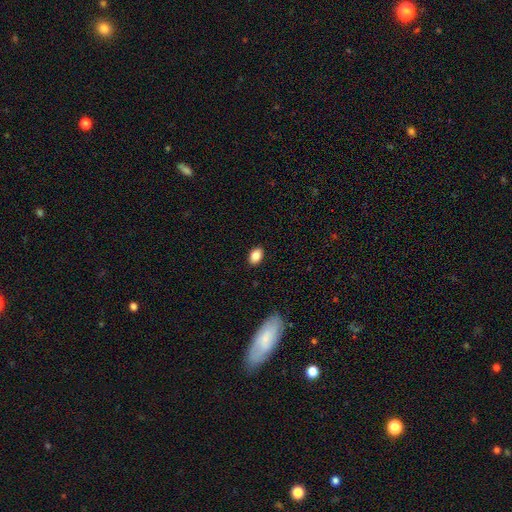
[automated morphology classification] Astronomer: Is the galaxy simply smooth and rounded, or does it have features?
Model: smooth — 87%.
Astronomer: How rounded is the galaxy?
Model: in between — 85%.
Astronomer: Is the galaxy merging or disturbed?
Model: none — 88%.